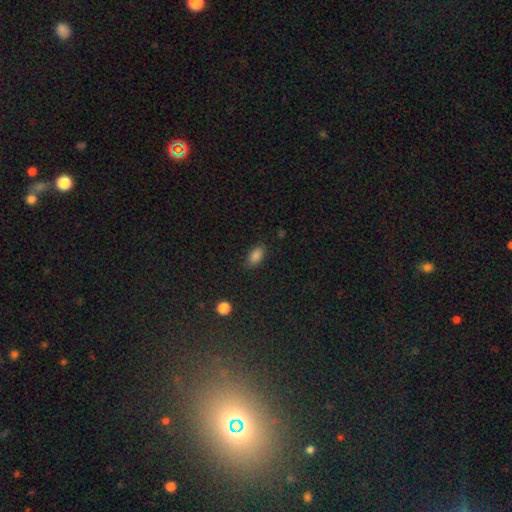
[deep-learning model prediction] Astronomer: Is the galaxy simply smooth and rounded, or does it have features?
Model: smooth — 86%.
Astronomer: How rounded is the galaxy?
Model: in between — 91%.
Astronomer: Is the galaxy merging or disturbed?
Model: none — 84%.